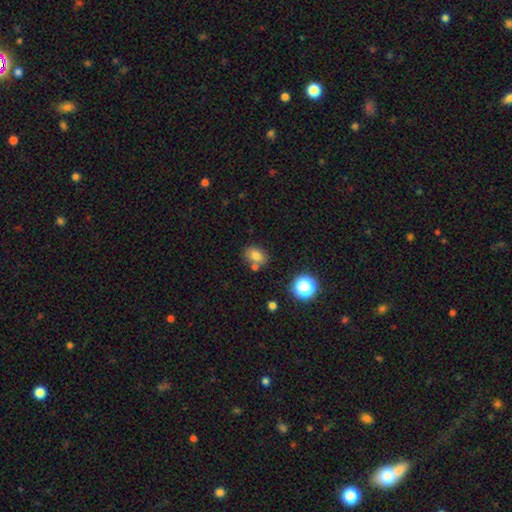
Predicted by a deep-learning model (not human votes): A smooth galaxy with no disk features (77%) that is in between round and cigar-shaped (66%).

Vote fractions:
- Smooth or featured? smooth: 77% / star or artifact: 13% / featured or disk: 9%
- How rounded? in between: 66% / round: 32% / cigar-shaped: 1%
- Merging? none: 67% / merger: 16% / minor disturbance: 14% / major disturbance: 4%